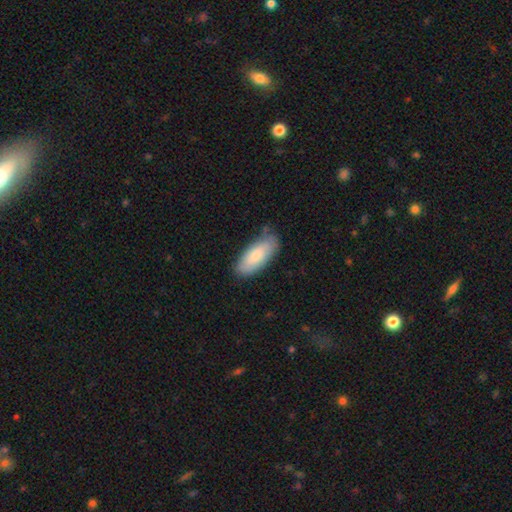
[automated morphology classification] smooth 78%, featured or disk 16%, star or artifact 6%. Down the decision tree: how rounded — in between (84%); merging — none (73%).